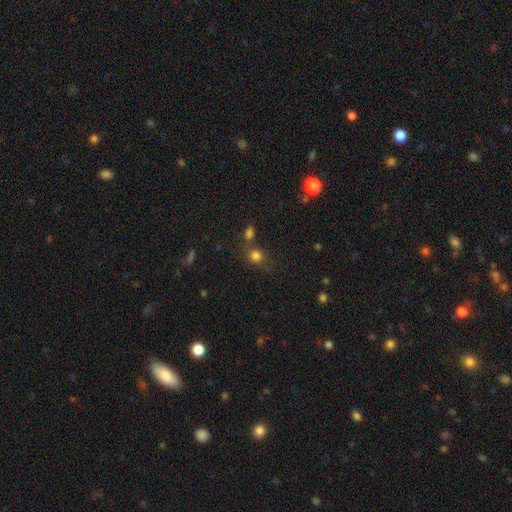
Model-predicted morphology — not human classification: Overall: smooth (79%). How rounded: round (72%). Merging: none (59%; merger 21%).